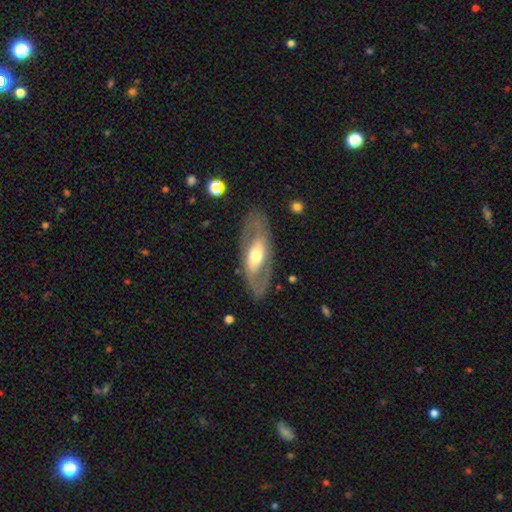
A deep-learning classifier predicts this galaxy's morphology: featured or disk 66%, smooth 29%, star or artifact 5%. Down the decision tree: edge-on disk — no (84%); bar — no (60%); spiral arms — no (61%); bulge size — moderate (66%); merging — none (80%).